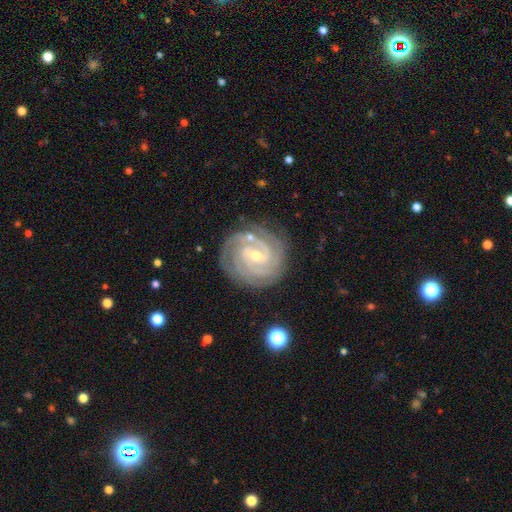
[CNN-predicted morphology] This appears to be a featured or disk galaxy (90%) with a weak bar (50%), 3 (33%) tight (76%) spiral arms (98%) and a small central bulge (61%). Merging: none (81%).